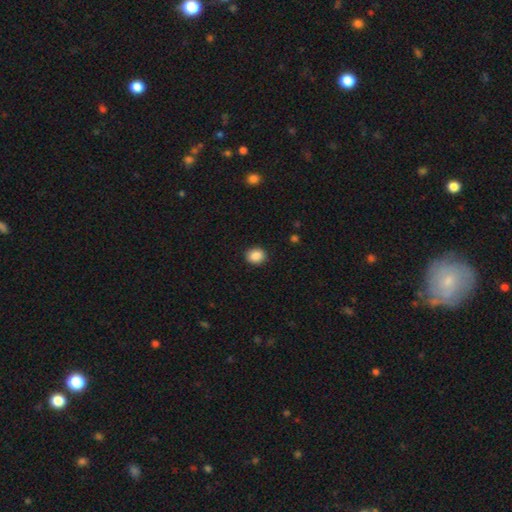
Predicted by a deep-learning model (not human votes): smooth 88%, star or artifact 9%, featured or disk 3%. Down the decision tree: how rounded — round (66%); merging — none (91%).